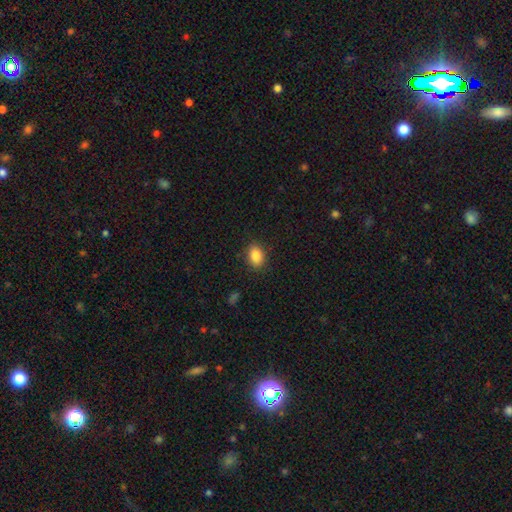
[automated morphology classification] This is clearly a smooth galaxy (87%). How rounded: likely in between (78%). Merging: clearly none (87%).